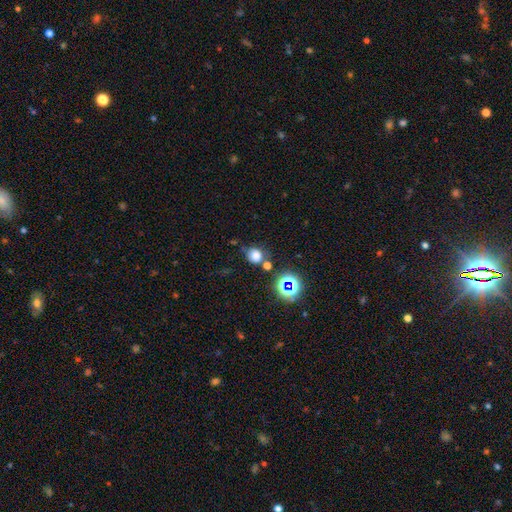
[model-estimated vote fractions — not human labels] Overall: smooth (72%). How rounded: round (75%). Merging: none (66%).